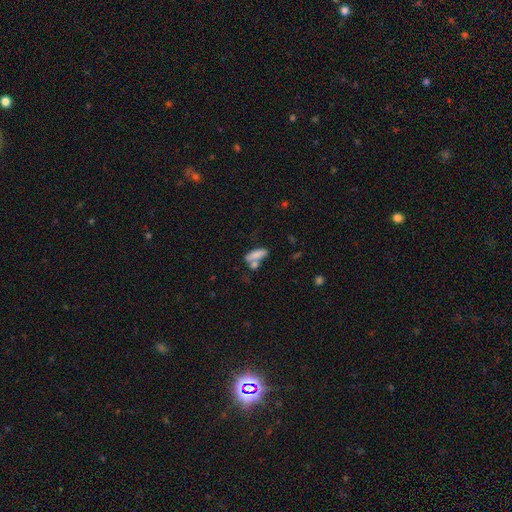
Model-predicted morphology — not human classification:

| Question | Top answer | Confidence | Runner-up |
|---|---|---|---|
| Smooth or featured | smooth | 76% | featured or disk (16%) |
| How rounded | in between | 54% | cigar-shaped (42%) |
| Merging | none | 43% | merger (38%) |